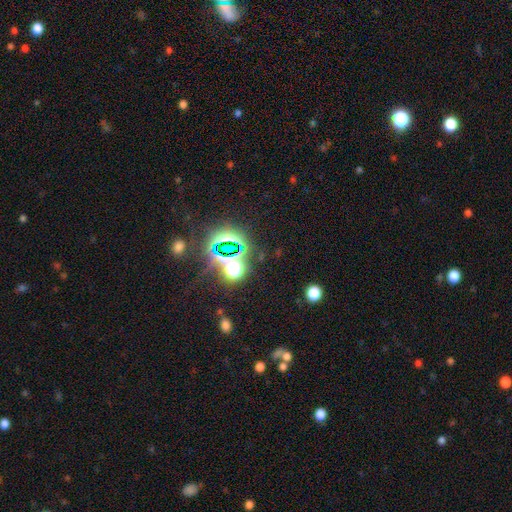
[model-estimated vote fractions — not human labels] Overall: star or artifact (77%).